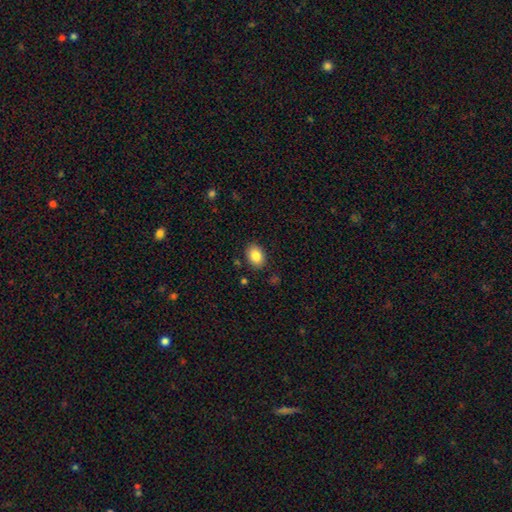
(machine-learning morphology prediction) A smooth galaxy with no disk features (86%) that is in between round and cigar-shaped (76%). Merging: none (87%).